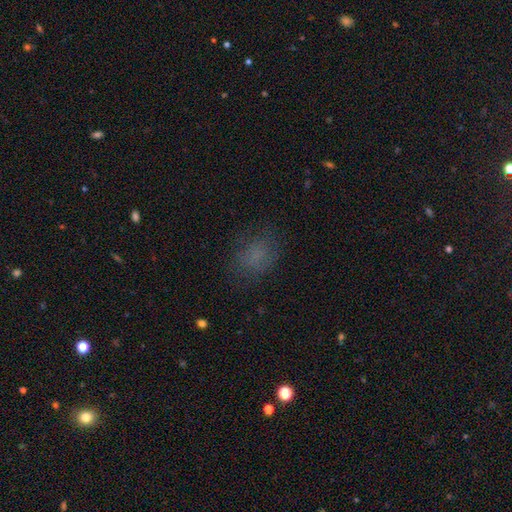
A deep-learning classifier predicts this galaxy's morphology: Overall: smooth (70%). How rounded: in between (59%; round 39%). Merging: none (72%).